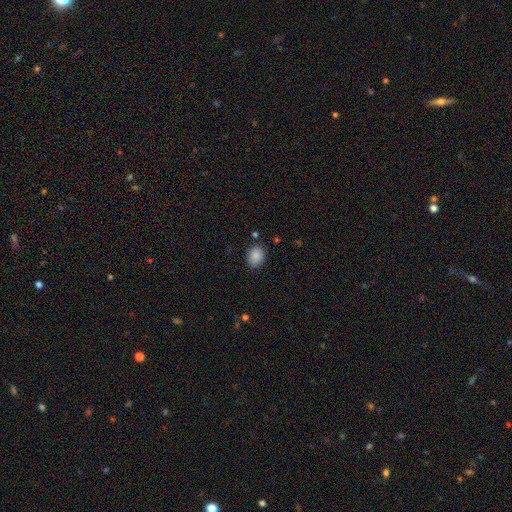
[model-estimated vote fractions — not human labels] Q: Smooth or featured?
A: smooth (88%); runner-up: star or artifact (9%)
Q: How rounded?
A: in between (64%); runner-up: round (35%)
Q: Merging?
A: none (84%); runner-up: minor disturbance (11%)